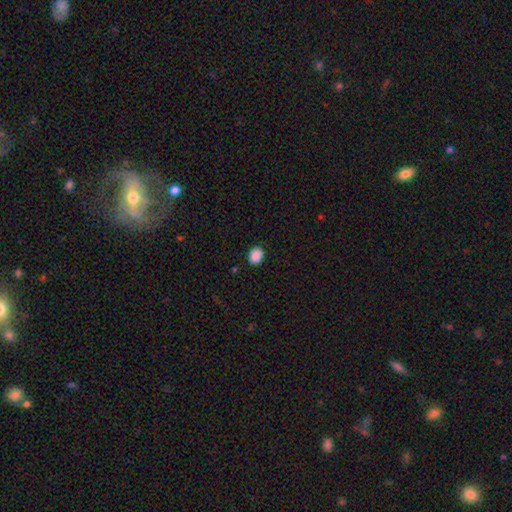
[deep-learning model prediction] Morphology: type=smooth (89%); roundness=in between (57%); merging=none (89%).